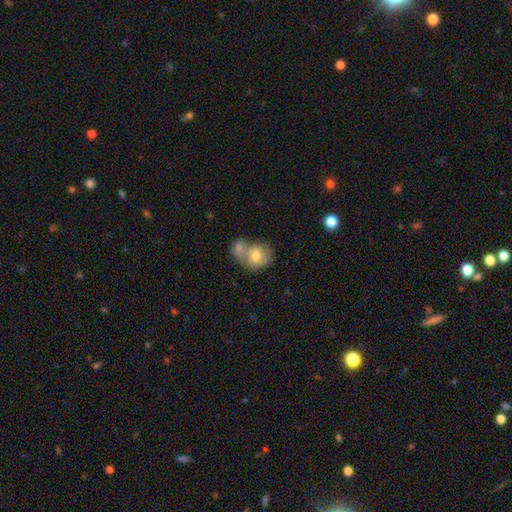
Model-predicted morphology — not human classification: Smooth or featured?
  - smooth: 72% *
  - featured or disk: 21%
  - star or artifact: 8%
How rounded?
  - round: 63% *
  - in between: 36%
  - cigar-shaped: 1%
Merging?
  - merger: 57% *
  - none: 28%
  - minor disturbance: 10%
  - major disturbance: 4%